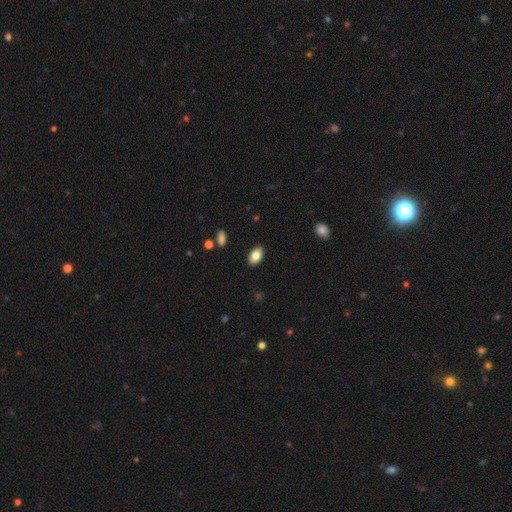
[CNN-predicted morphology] Smooth or featured? smooth (82%)
How rounded? in between (93%)
Merging? none (88%)